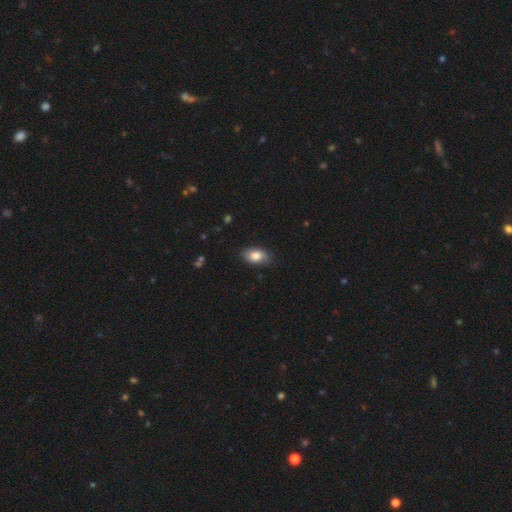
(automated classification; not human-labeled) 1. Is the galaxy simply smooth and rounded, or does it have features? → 83% smooth, 10% featured or disk, 7% star or artifact.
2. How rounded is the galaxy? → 91% in between, 7% round, 2% cigar-shaped.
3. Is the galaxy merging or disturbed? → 84% none, 13% minor disturbance, 2% major disturbance, 1% merger.